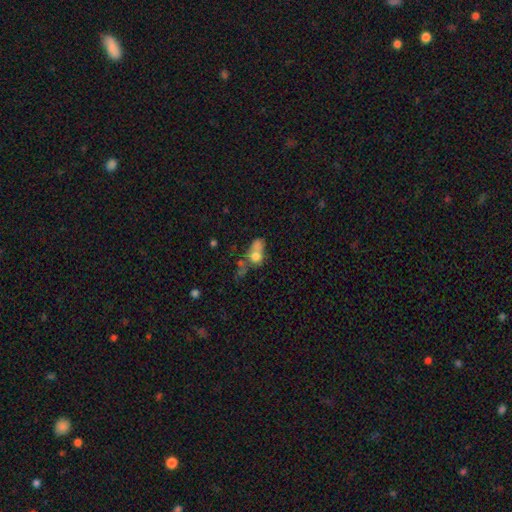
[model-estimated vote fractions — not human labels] This is likely a smooth galaxy (63%). How rounded: possibly round (51%). Merging: possibly merger (47%).